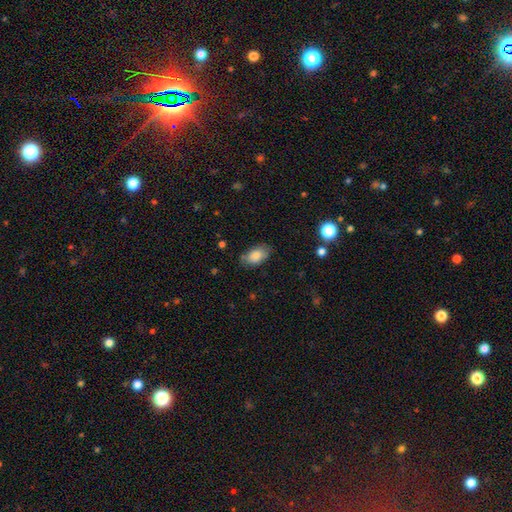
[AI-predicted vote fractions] Overall: smooth (83%). How rounded: in between (92%). Merging: none (76%).